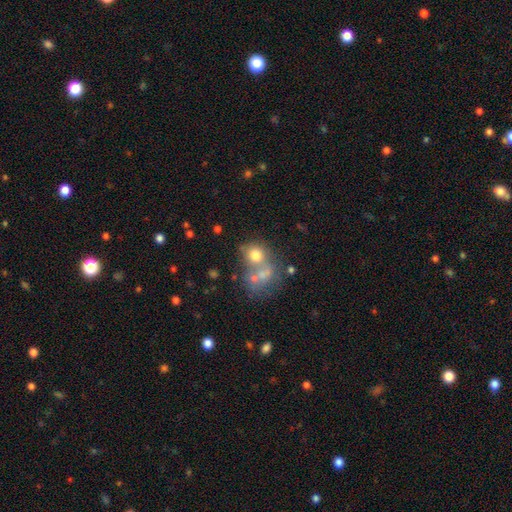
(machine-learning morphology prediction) Smooth or featured?
  - smooth: 68% *
  - featured or disk: 19%
  - star or artifact: 13%
How rounded?
  - round: 68% *
  - in between: 31%
  - cigar-shaped: 1%
Merging?
  - merger: 52% *
  - none: 30%
  - minor disturbance: 10%
  - major disturbance: 9%